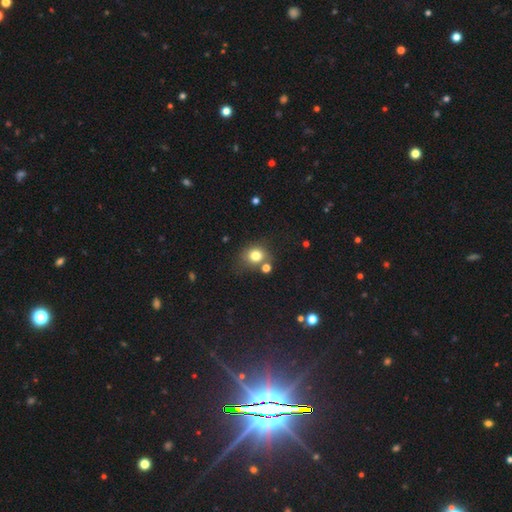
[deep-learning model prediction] A smooth galaxy with no disk features (79%) that is round (74%). Merging: none (64%).